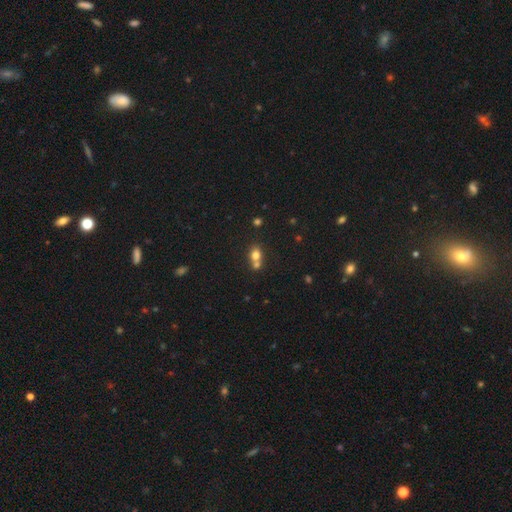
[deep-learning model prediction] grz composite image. It shows a smooth galaxy with no disk features (74%) that is round (54%). Merging: merger (53%).